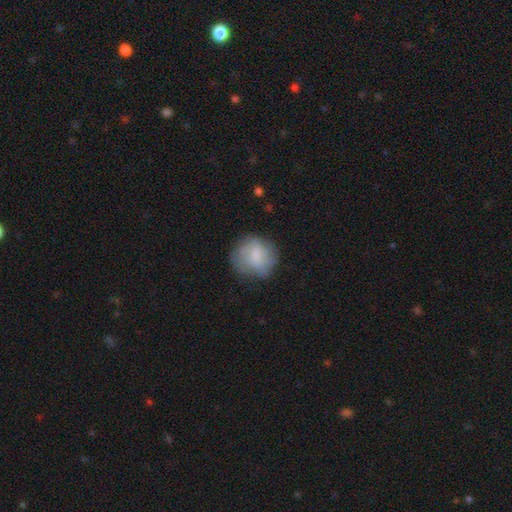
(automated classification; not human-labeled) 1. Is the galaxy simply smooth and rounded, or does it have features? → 66% smooth, 26% featured or disk, 8% star or artifact.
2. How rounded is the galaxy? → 80% round, 19% in between, 1% cigar-shaped.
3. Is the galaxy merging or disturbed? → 64% none, 24% minor disturbance, 11% major disturbance, 2% merger.